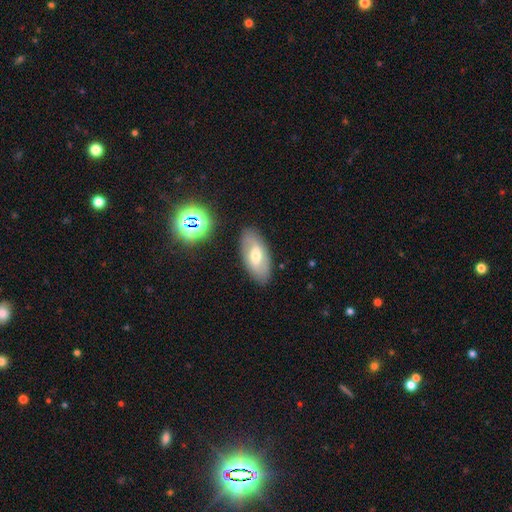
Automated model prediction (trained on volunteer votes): smooth_or_featured: featured or disk (p=0.51) [alt: smooth p=0.40]
disk_edge_on: no (p=0.87) [alt: yes p=0.13]
merging: none (p=0.84) [alt: minor disturbance p=0.11]